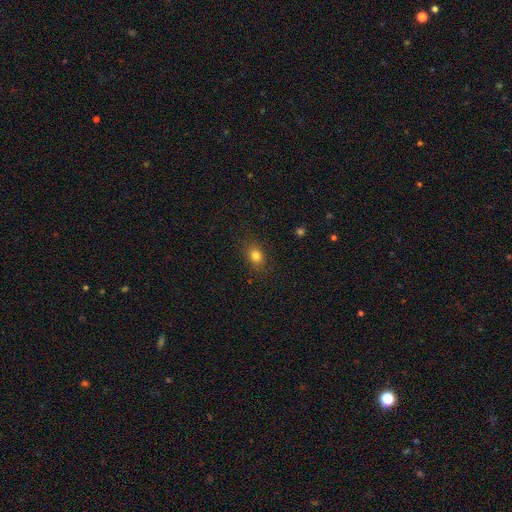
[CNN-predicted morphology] A smooth galaxy with no disk features (79%) that is in between round and cigar-shaped (52%). Merging: none (85%).